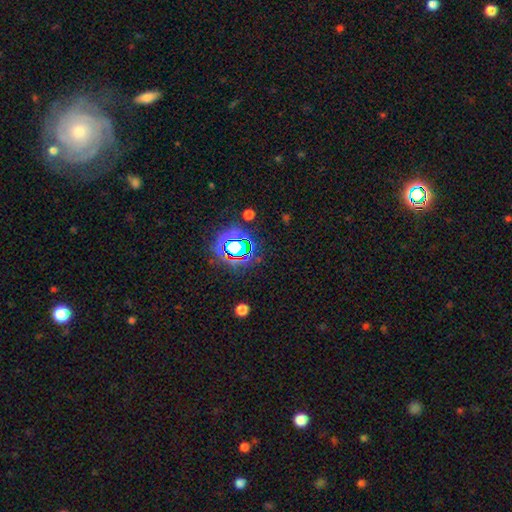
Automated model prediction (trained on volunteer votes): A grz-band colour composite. It shows a star or artifact, not a galaxy (59%).